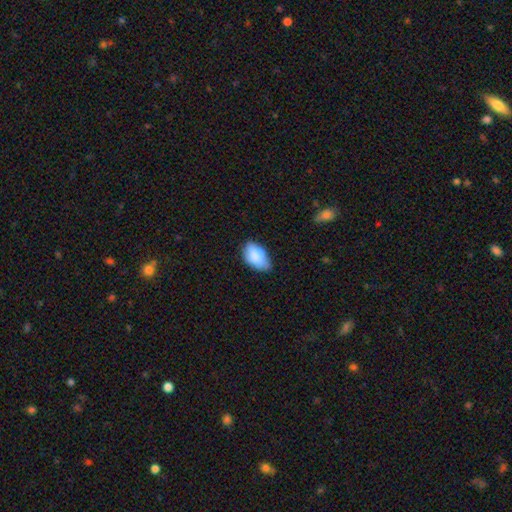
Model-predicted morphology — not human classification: Smooth or featured? Predicted: smooth (p=0.78). How rounded? Predicted: in between (p=0.92). Merging? Predicted: none (p=0.53).